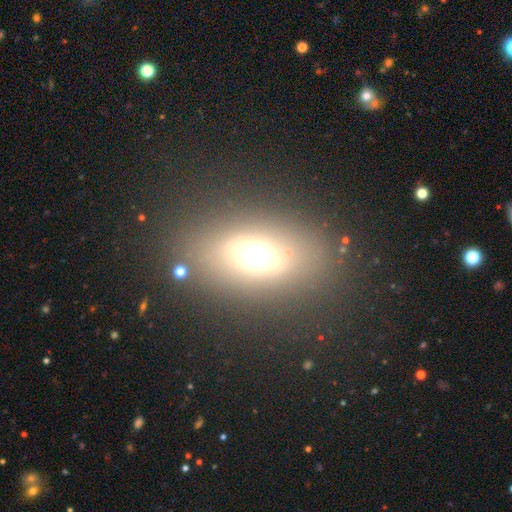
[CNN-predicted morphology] This is possibly a smooth galaxy (56%). How rounded: likely in between (72%). Merging: clearly none (81%).